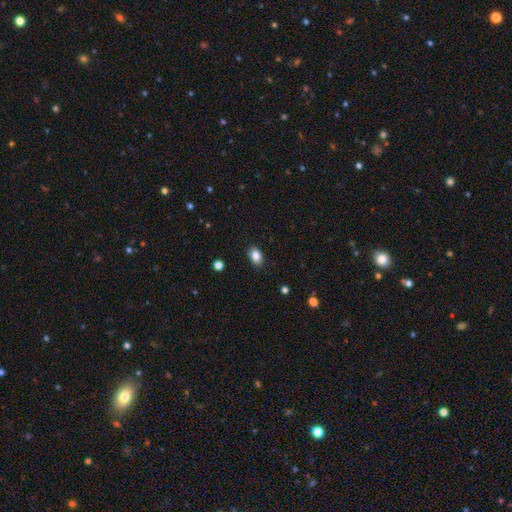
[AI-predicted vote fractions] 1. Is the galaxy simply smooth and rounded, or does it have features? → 86% smooth, 9% star or artifact, 5% featured or disk.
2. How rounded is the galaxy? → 84% in between, 15% round, 1% cigar-shaped.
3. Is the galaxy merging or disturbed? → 88% none, 9% minor disturbance, 2% major disturbance, 1% merger.